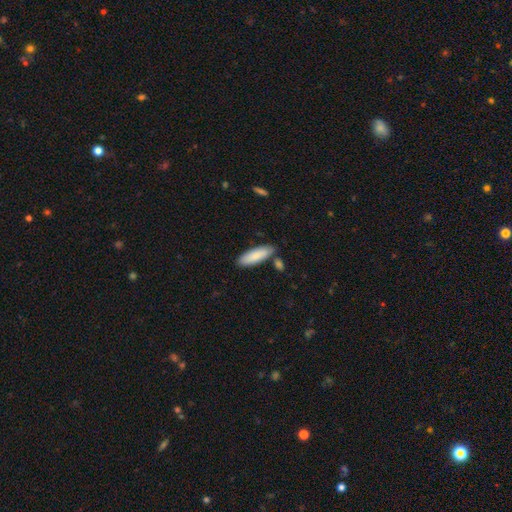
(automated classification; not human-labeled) Overall: smooth (85%). How rounded: in between (55%; cigar-shaped 43%). Merging: none (77%).